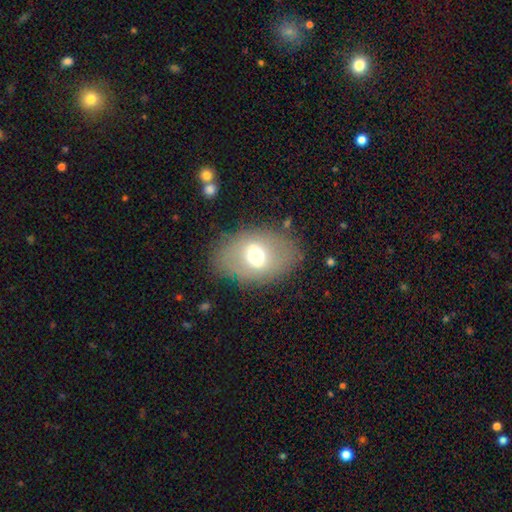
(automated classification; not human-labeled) Morphology: type=smooth (52%); roundness=in between (75%); merging=none (80%).